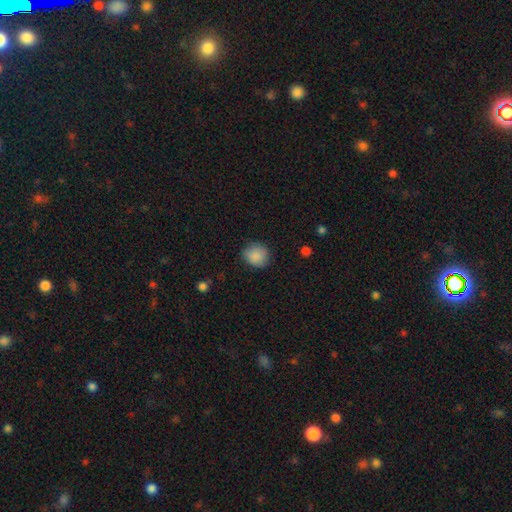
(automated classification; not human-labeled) Overall: smooth (88%). How rounded: round (83%). Merging: none (82%).